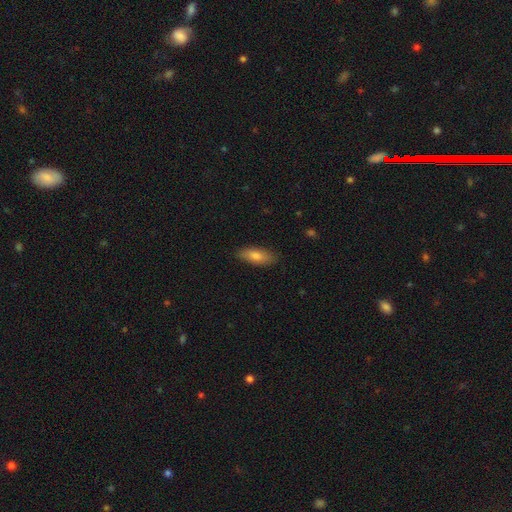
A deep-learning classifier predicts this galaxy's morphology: Smooth or featured? smooth (76%)
How rounded? in between (67%)
Merging? none (86%)